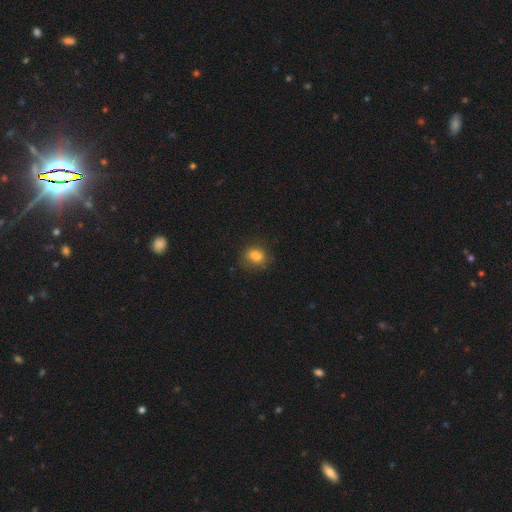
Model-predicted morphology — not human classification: This appears to be a smooth galaxy with no disk features (82%) that is in between round and cigar-shaped (52%). Merging: none (72%).